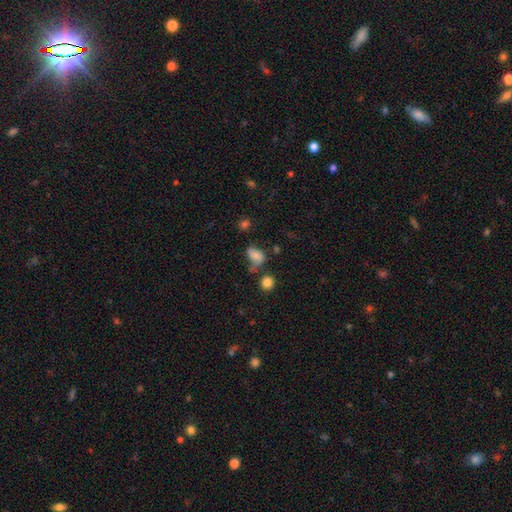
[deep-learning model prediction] Q: Smooth or featured?
A: smooth (60%); runner-up: featured or disk (27%)
Q: How rounded?
A: in between (76%); runner-up: round (22%)
Q: Merging?
A: none (35%); runner-up: minor disturbance (26%)